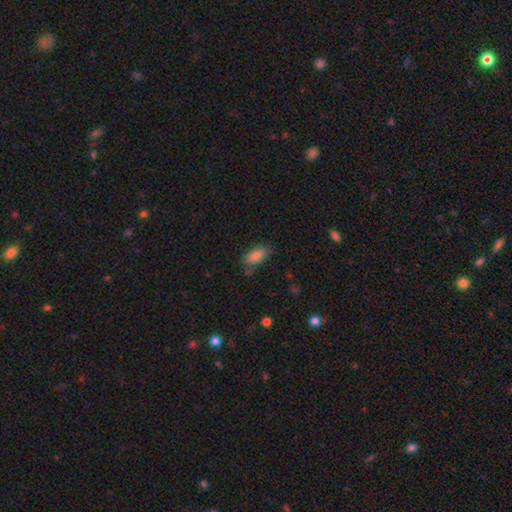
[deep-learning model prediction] A smooth galaxy with no disk features (83%) that is in between round and cigar-shaped (87%).

Vote fractions:
- Smooth or featured? smooth: 83% / featured or disk: 9% / star or artifact: 8%
- How rounded? in between: 87% / cigar-shaped: 10% / round: 3%
- Merging? none: 69% / minor disturbance: 21% / major disturbance: 5% / merger: 5%